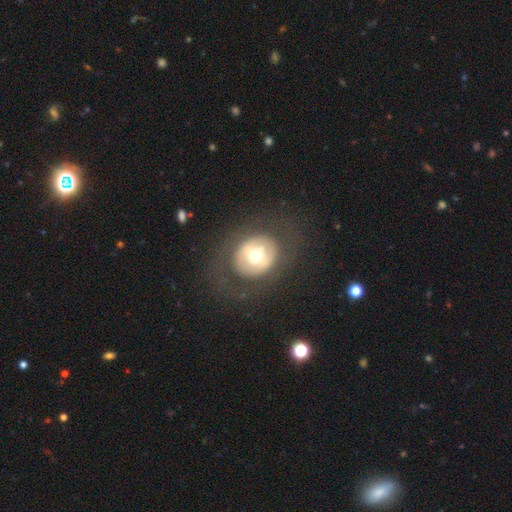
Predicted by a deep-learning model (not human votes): smooth 50%, featured or disk 41%, star or artifact 8%. Down the decision tree: how rounded — round (70%); merging — none (75%).